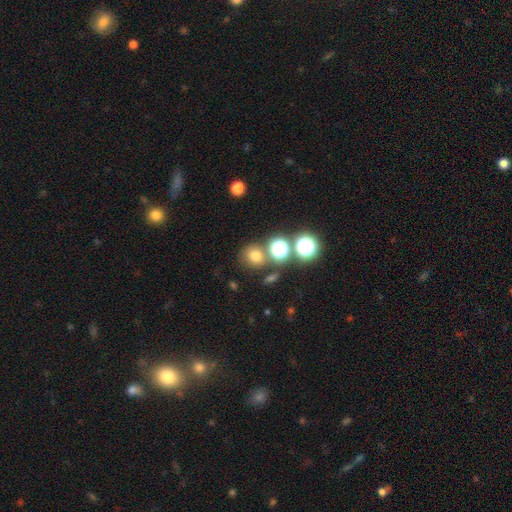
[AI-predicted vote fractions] This is likely a smooth galaxy (68%). How rounded: clearly round (83%). Merging: likely none (73%).